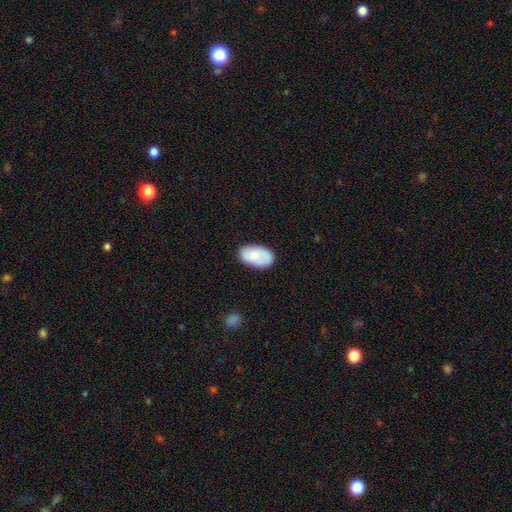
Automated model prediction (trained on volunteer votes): The model was most divided on "smooth or featured": smooth: 66%, featured or disk: 28%, star or artifact: 6%. More confident: how rounded — in between (93%); merging — none (79%).